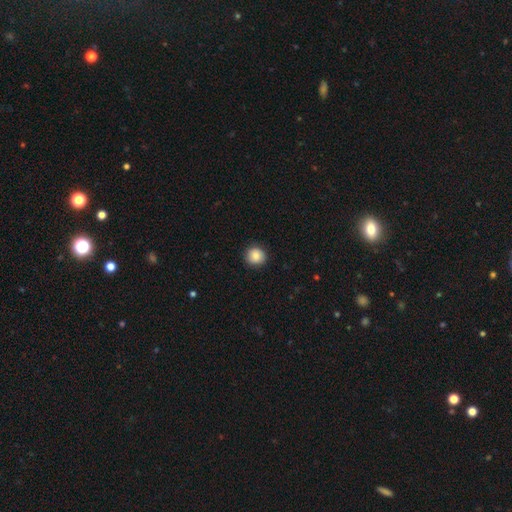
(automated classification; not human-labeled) A smooth galaxy with no disk features (86%) that is round (92%).

Vote fractions:
- Smooth or featured? smooth: 86% / star or artifact: 9% / featured or disk: 5%
- How rounded? round: 92% / in between: 7% / cigar-shaped: 1%
- Merging? none: 91% / minor disturbance: 7% / major disturbance: 2% / merger: 1%